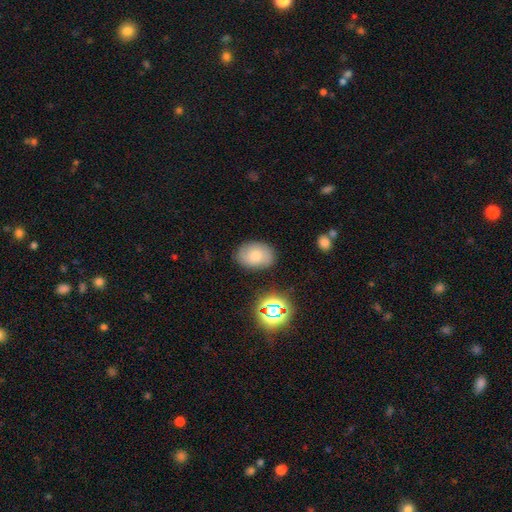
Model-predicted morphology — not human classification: Overall: smooth (68%). How rounded: in between (77%). Merging: none (82%).